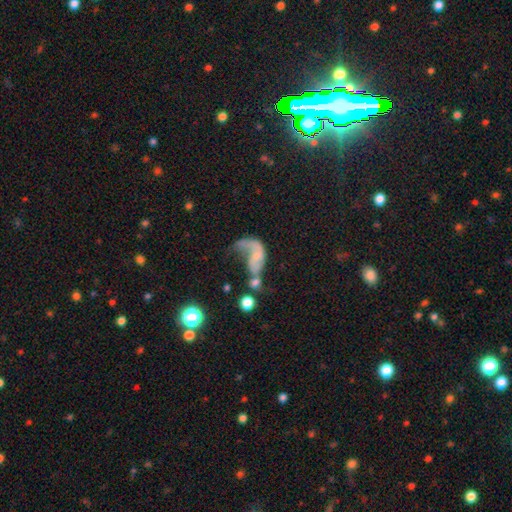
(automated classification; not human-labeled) Q: Smooth or featured?
A: featured or disk (62%); runner-up: smooth (26%)
Q: Edge-on disk?
A: no (97%); runner-up: yes (3%)
Q: Bar?
A: no (73%); runner-up: weak (20%)
Q: Spiral arms?
A: yes (69%); runner-up: no (31%)
Q: Bulge size?
A: none (55%); runner-up: small (30%)
Q: Merging?
A: major disturbance (44%); runner-up: merger (25%)